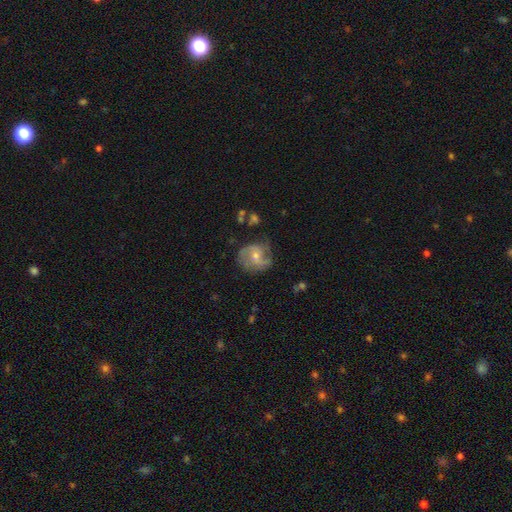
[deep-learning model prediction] Smooth or featured: featured or disk — 72% (smooth — 20%)
Edge-on disk: no — 97% (yes — 3%)
Bar: no — 55% (weak — 37%)
Spiral arms: yes — 90% (no — 10%)
Spiral winding: medium — 48% (tight — 27%)
Spiral arm count: 2 — 56% (can't tell — 17%)
Bulge size: moderate — 55% (small — 38%)
Merging: none — 69% (minor disturbance — 20%)